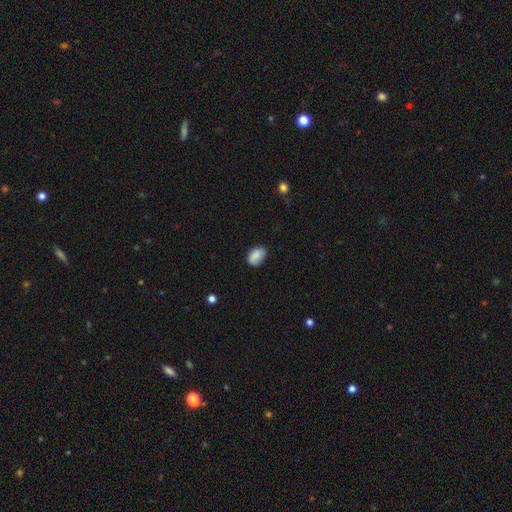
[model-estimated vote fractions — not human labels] The model was most divided on "merging": none: 79%, minor disturbance: 17%, major disturbance: 3%, merger: 1%. More confident: smooth or featured — smooth (87%); how rounded — in between (86%).